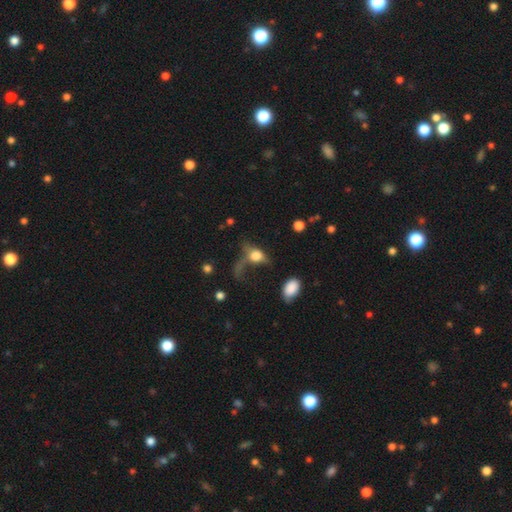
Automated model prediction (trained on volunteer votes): This appears to be a smooth galaxy with no disk features (55%) that is in between round and cigar-shaped (54%). Merging: major disturbance (51%).